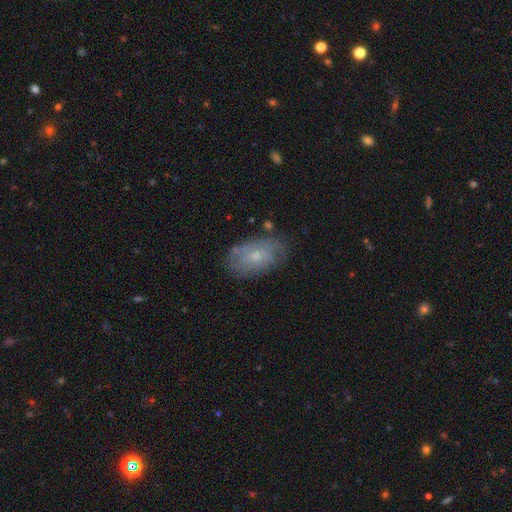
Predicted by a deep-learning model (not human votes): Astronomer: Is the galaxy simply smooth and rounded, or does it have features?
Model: featured or disk — 51% (runner-up: smooth, 40%).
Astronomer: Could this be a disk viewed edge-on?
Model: no — 94%.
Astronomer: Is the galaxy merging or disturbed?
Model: none — 70%.